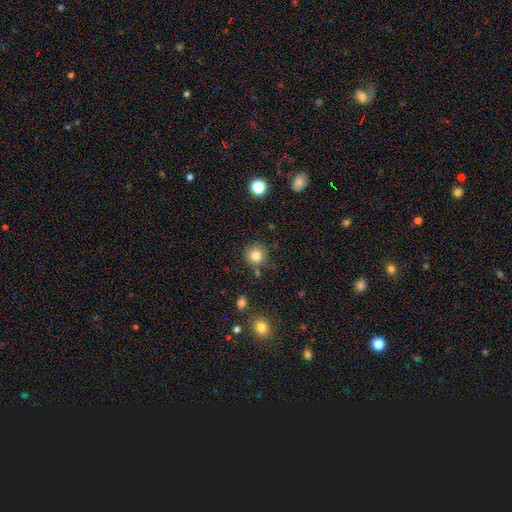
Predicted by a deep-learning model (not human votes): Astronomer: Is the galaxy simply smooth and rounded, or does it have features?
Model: smooth — 82%.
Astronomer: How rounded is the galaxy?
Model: round — 92%.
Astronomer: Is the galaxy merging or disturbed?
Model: none — 79%.